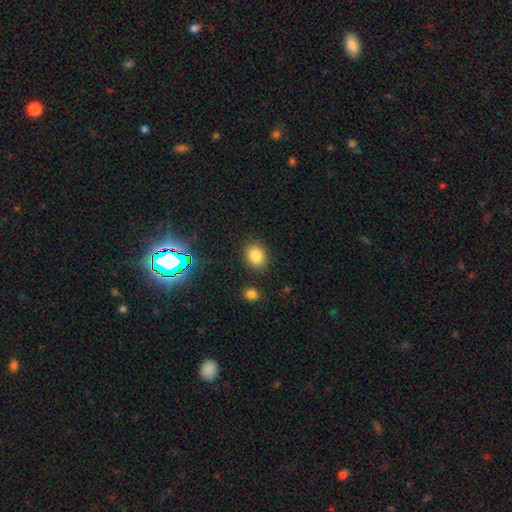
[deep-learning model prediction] Smooth or featured? Predicted: smooth (p=0.82). How rounded? Predicted: round (p=0.59). Merging? Predicted: none (p=0.86).